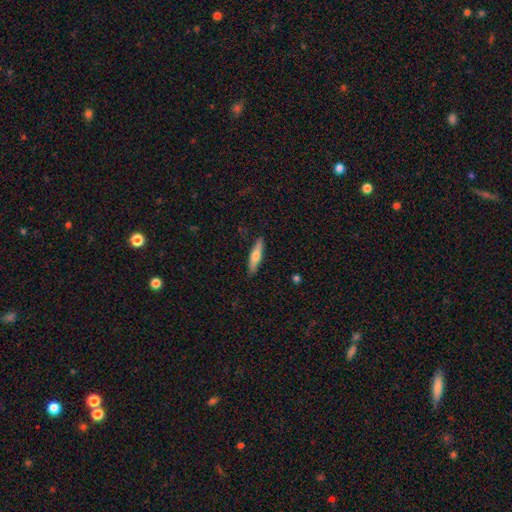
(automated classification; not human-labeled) Q: Smooth or featured?
A: smooth (58%); runner-up: featured or disk (36%)
Q: How rounded?
A: cigar-shaped (81%); runner-up: in between (17%)
Q: Merging?
A: none (89%); runner-up: minor disturbance (8%)